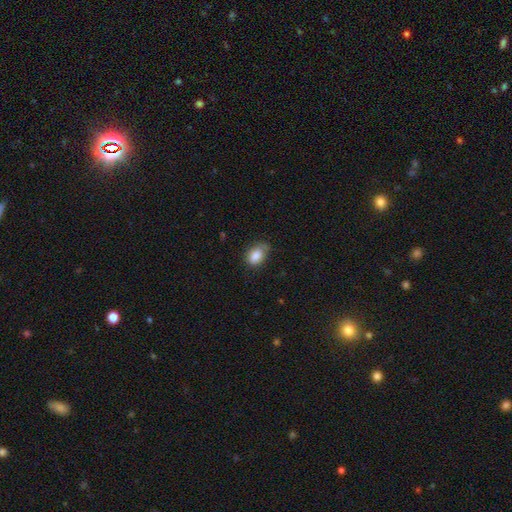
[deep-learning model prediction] A smooth galaxy with no disk features (85%) that is in between round and cigar-shaped (84%).

Vote fractions:
- Smooth or featured? smooth: 85% / star or artifact: 8% / featured or disk: 7%
- How rounded? in between: 84% / round: 14% / cigar-shaped: 2%
- Merging? none: 60% / minor disturbance: 31% / major disturbance: 7% / merger: 2%